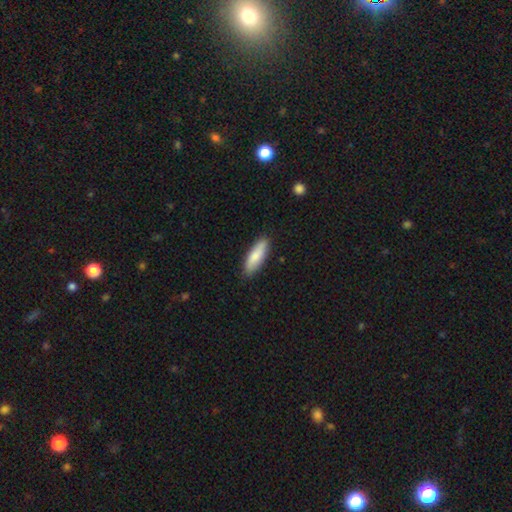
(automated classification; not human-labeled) smooth 83%, featured or disk 12%, star or artifact 5%. Down the decision tree: how rounded — in between (50%); merging — none (84%).